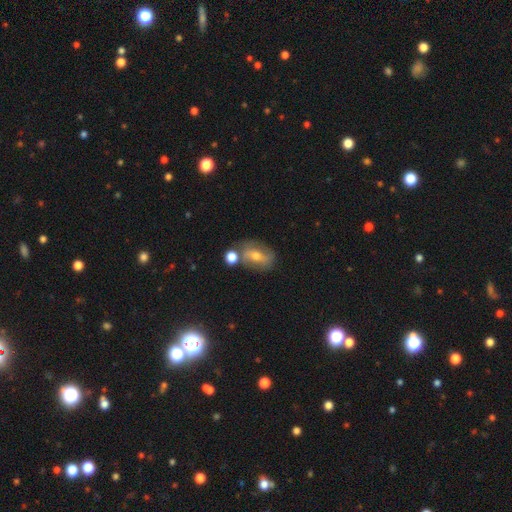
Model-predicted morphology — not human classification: A featured or disk galaxy (50%). Merging: none (62%).